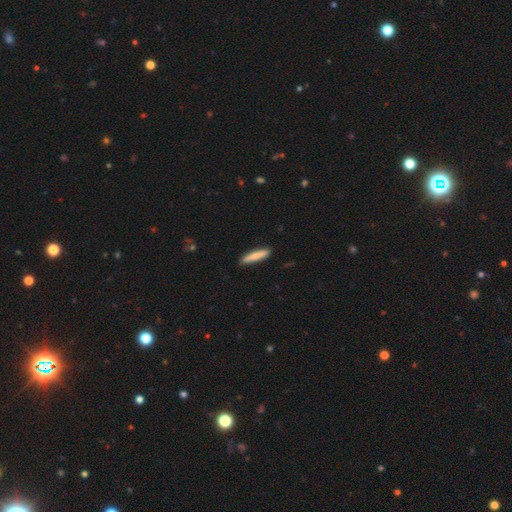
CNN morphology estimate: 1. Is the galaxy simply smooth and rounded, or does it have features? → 78% smooth, 17% featured or disk, 6% star or artifact.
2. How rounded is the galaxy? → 89% cigar-shaped, 9% in between, 1% round.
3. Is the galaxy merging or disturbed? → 88% none, 9% minor disturbance, 2% major disturbance, 1% merger.